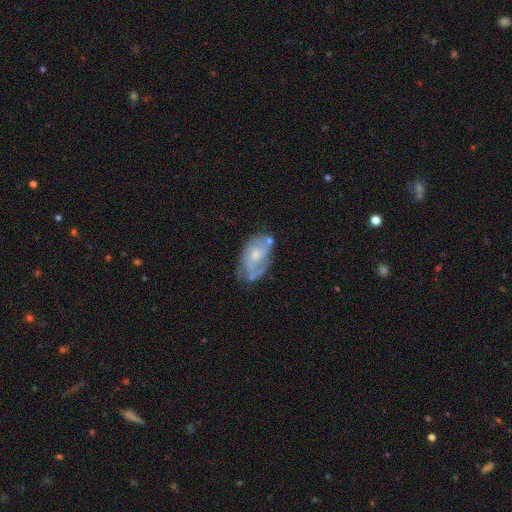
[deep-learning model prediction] Overall: featured or disk (61%; smooth 32%). Edge-on disk: no (94%). Bar: no (77%). Spiral arms: no (51%; yes 49%). Bulge size: moderate (46%; small 43%). Merging: none (52%; minor disturbance 28%).